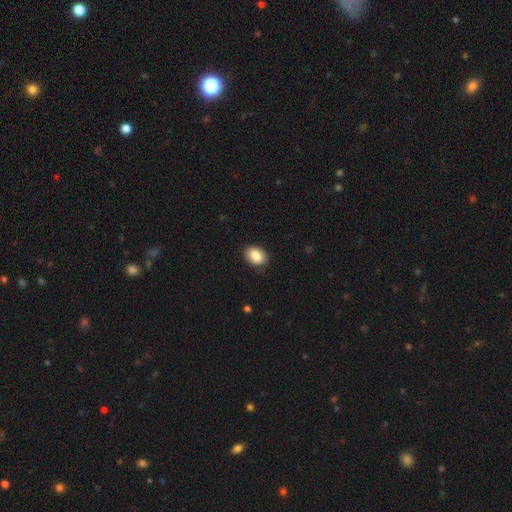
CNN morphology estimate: Smooth or featured: smooth — 88% (star or artifact — 7%)
How rounded: in between — 78% (round — 21%)
Merging: none — 86% (minor disturbance — 11%)